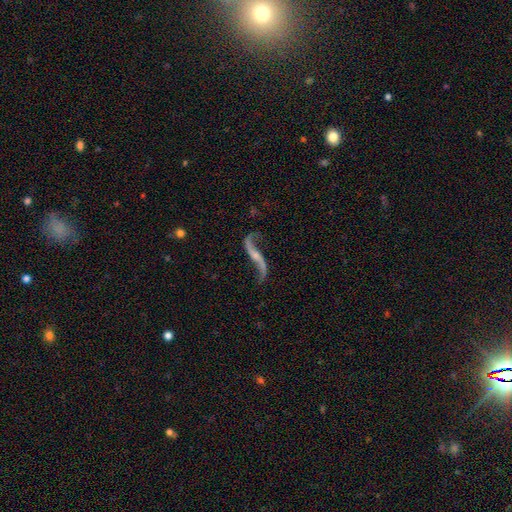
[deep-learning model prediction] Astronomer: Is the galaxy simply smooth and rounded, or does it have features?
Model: featured or disk — 89%.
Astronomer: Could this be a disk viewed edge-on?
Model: no — 90%.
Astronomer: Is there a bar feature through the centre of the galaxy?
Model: no — 47% (runner-up: weak, 31%).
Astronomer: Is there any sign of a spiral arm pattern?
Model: yes — 95%.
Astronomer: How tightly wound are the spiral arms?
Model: loose — 95%.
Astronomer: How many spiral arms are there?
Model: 2 — 93%.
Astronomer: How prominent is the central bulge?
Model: small — 55%.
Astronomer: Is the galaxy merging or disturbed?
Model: none — 72%.